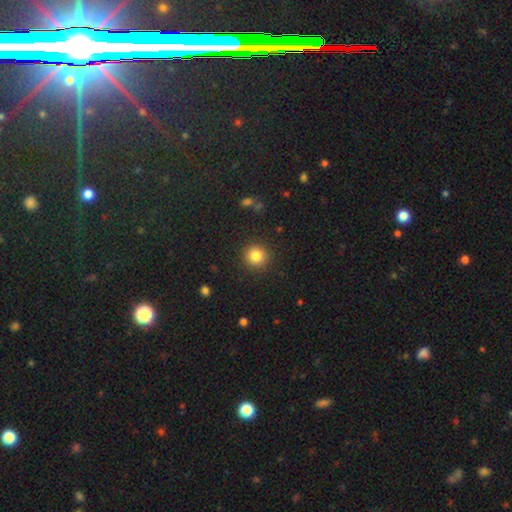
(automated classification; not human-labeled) smooth 83%, star or artifact 11%, featured or disk 6%. Down the decision tree: how rounded — round (93%); merging — none (91%).